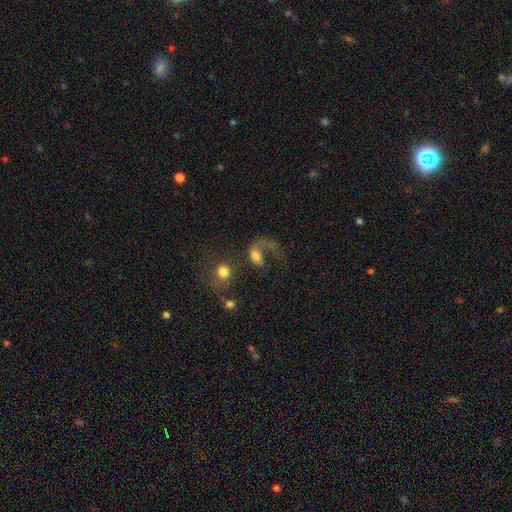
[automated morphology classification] smooth_or_featured: featured or disk (p=0.44) [alt: smooth p=0.43]
merging: major disturbance (p=0.48) [alt: none p=0.22]